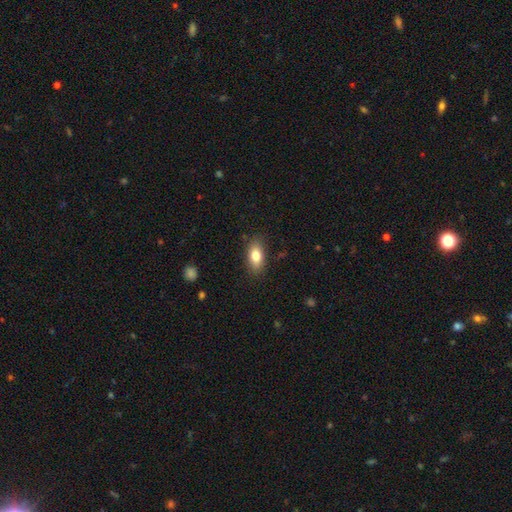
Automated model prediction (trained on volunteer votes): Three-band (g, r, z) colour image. It shows a smooth galaxy with no disk features (80%) that is in between round and cigar-shaped (86%). Merging: none (85%).